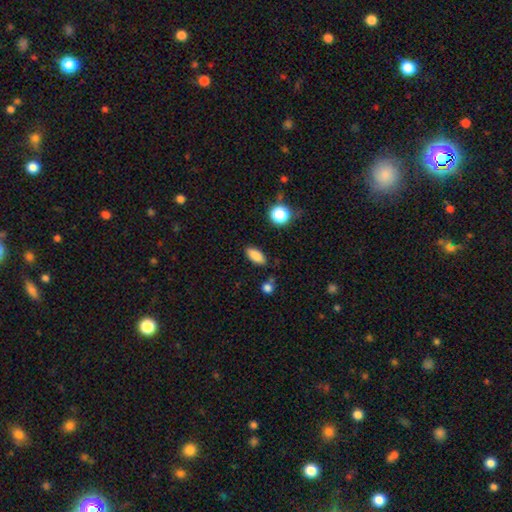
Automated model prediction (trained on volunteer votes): Q: Smooth or featured?
A: smooth (85%); runner-up: star or artifact (9%)
Q: How rounded?
A: in between (84%); runner-up: cigar-shaped (12%)
Q: Merging?
A: none (83%); runner-up: minor disturbance (11%)